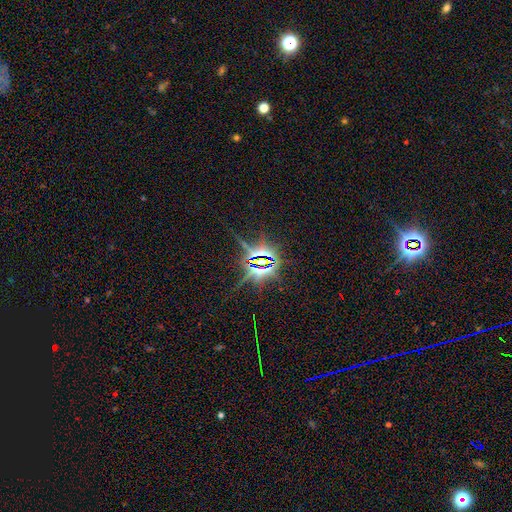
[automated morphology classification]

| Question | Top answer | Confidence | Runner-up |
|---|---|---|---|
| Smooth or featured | star or artifact | 85% | featured or disk (8%) |